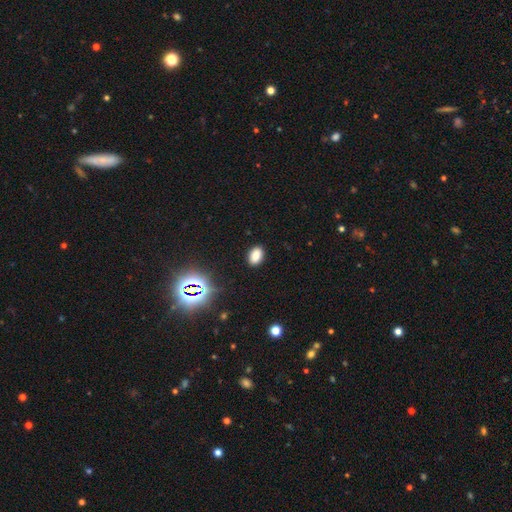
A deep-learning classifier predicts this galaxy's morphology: The model was most divided on "smooth or featured": smooth: 78%, star or artifact: 15%, featured or disk: 6%. More confident: merging — none (89%); how rounded — in between (87%).